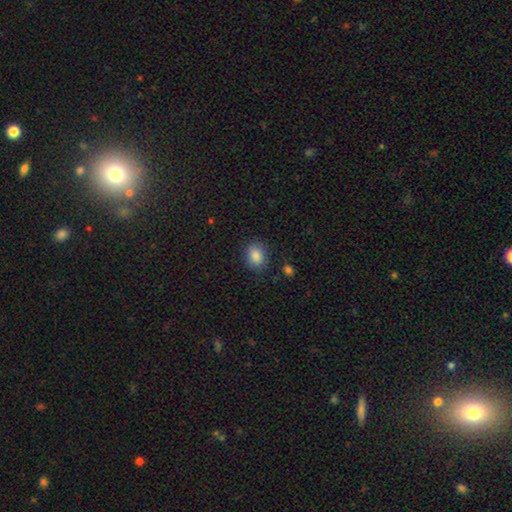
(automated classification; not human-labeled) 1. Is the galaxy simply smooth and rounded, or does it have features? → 86% smooth, 9% star or artifact, 5% featured or disk.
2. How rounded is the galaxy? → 53% in between, 46% round, 1% cigar-shaped.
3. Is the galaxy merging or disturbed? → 83% none, 12% minor disturbance, 3% major disturbance, 2% merger.